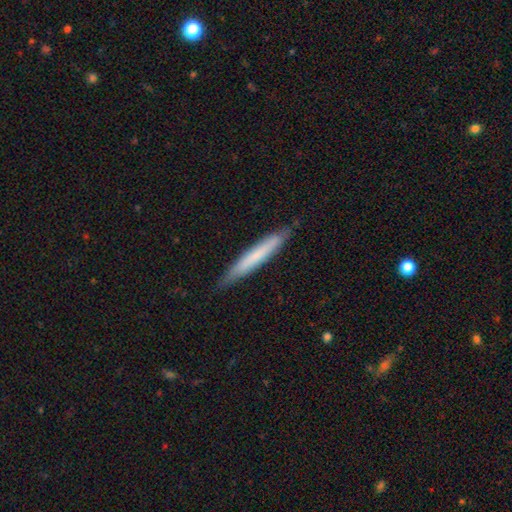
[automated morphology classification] A smooth galaxy with no disk features (63%) that is cigar-shaped (95%). Merging: none (86%).